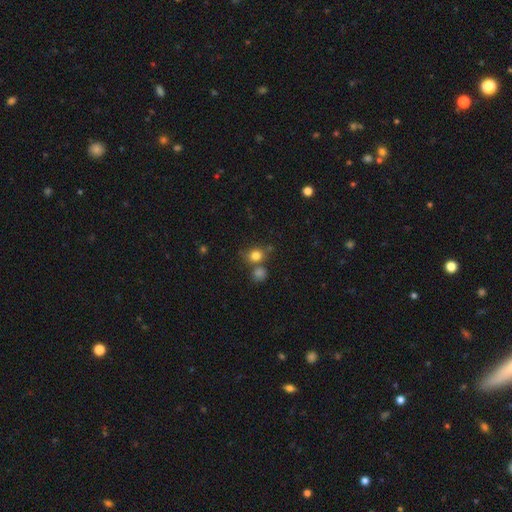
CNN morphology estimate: A smooth galaxy with no disk features (80%) that is round (74%). Merging: none (62%).